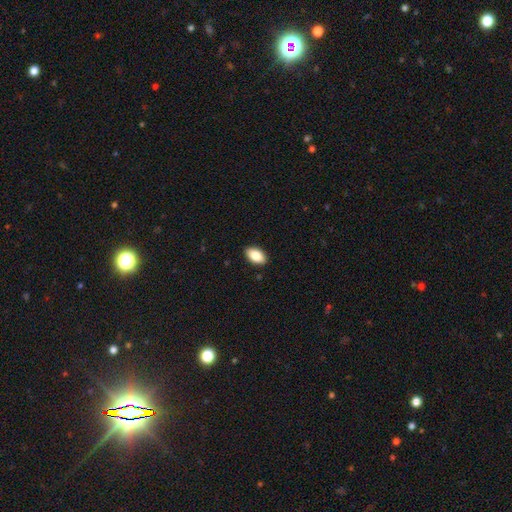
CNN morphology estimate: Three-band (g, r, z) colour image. It shows a smooth galaxy with no disk features (86%) that is in between round and cigar-shaped (93%). Merging: none (90%).